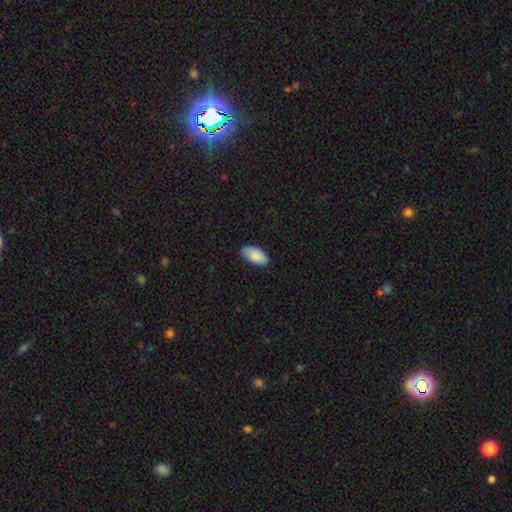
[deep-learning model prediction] A smooth galaxy with no disk features (87%) that is in between round and cigar-shaped (95%).

Vote fractions:
- Smooth or featured? smooth: 87% / featured or disk: 7% / star or artifact: 6%
- How rounded? in between: 95% / cigar-shaped: 3% / round: 2%
- Merging? none: 82% / minor disturbance: 14% / major disturbance: 2% / merger: 1%